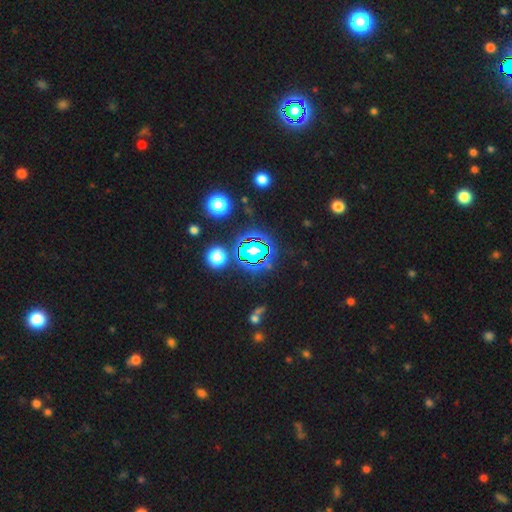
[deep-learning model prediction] A star or artifact, not a galaxy (80%).